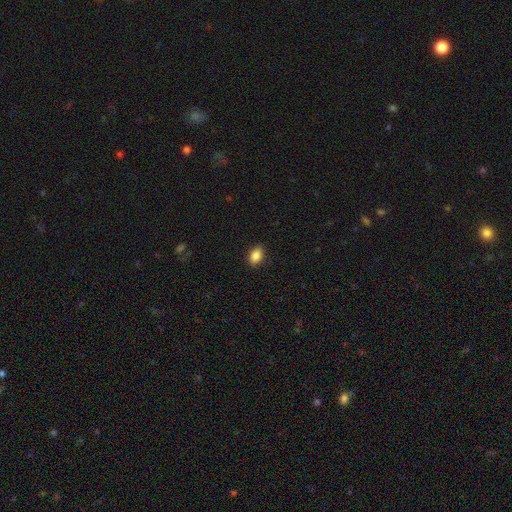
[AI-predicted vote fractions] smooth_or_featured: smooth (p=0.87) [alt: star or artifact p=0.09]
how_rounded: in between (p=0.81) [alt: round p=0.18]
merging: none (p=0.88) [alt: minor disturbance p=0.09]